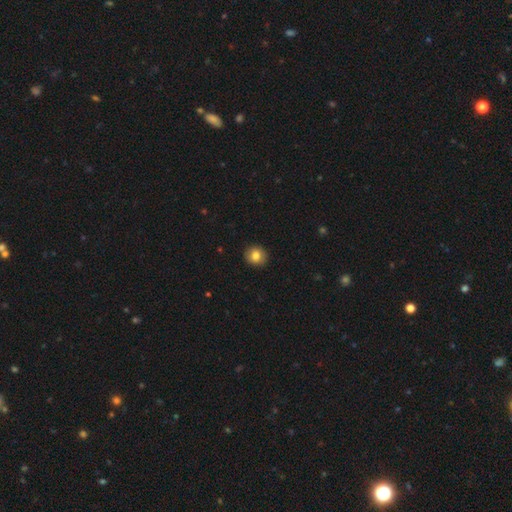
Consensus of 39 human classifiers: smooth_or_featured: smooth (p=0.85) [alt: featured or disk p=0.08]
how_rounded: round (p=0.73) [alt: in between p=0.27]
merging: none (p=0.89) [alt: minor disturbance p=0.08]